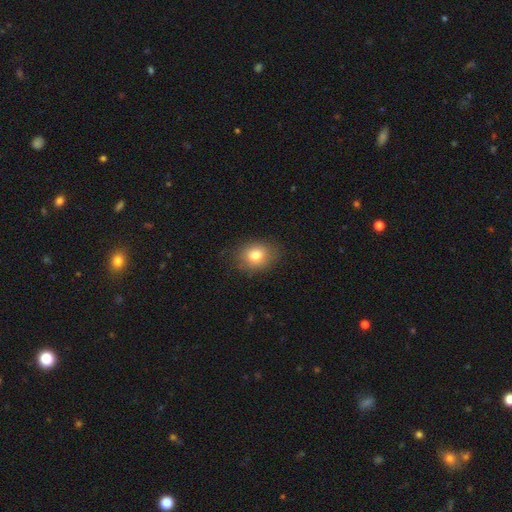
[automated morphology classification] A smooth galaxy with no disk features (79%) that is round (50%). Merging: none (84%).